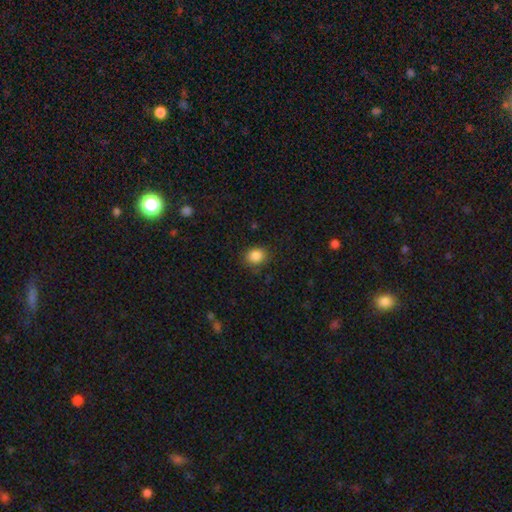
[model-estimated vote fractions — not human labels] smooth 86%, star or artifact 10%, featured or disk 4%. Down the decision tree: how rounded — round (60%); merging — none (81%).